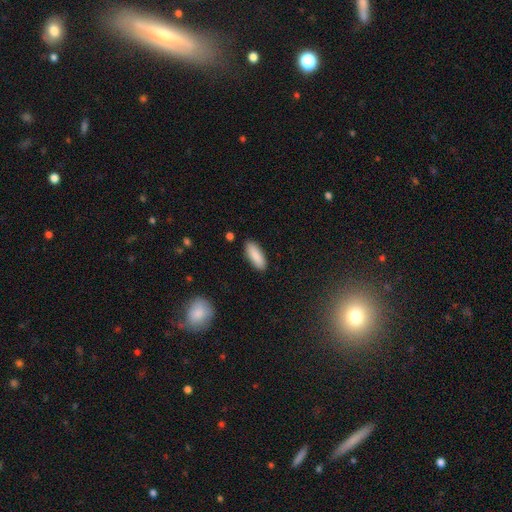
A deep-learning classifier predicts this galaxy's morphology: Q: Smooth or featured?
A: smooth (88%); runner-up: featured or disk (6%)
Q: How rounded?
A: in between (67%); runner-up: cigar-shaped (31%)
Q: Merging?
A: none (88%); runner-up: minor disturbance (9%)